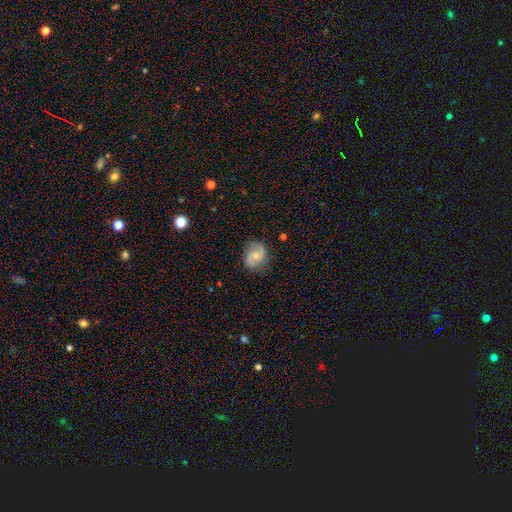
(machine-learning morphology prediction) type=featured or disk (64%); edge-on=no (98%); bar=no (57%); spiral arms=yes (90%); winding=medium (43%); arm count=2 (88%); bulge=moderate (48%); merging=none (77%).